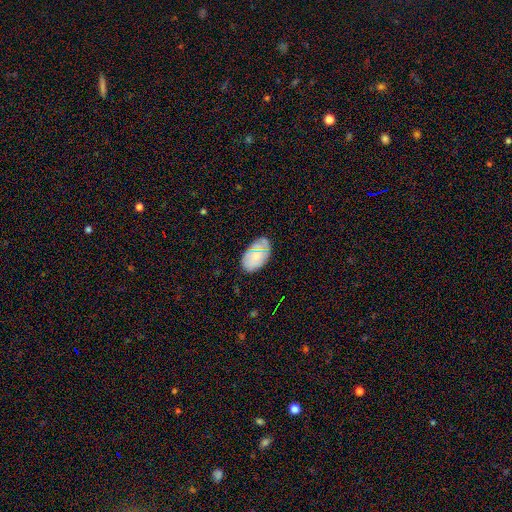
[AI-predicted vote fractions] Morphology: type=smooth (61%); roundness=in between (94%); merging=none (70%).